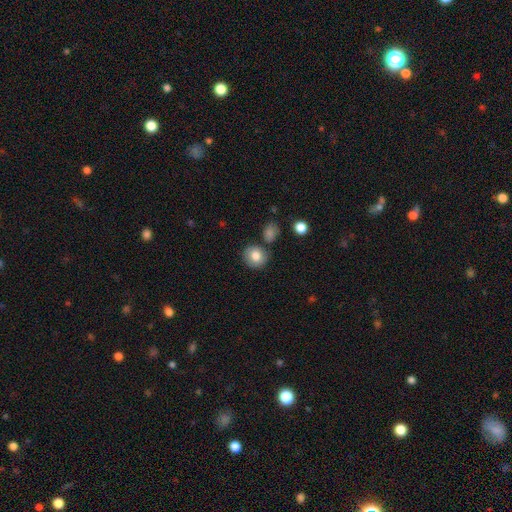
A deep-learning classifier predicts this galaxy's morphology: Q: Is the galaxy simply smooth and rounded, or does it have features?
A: smooth — 82%.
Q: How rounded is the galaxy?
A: round — 79%.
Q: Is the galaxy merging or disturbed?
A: none — 77%.